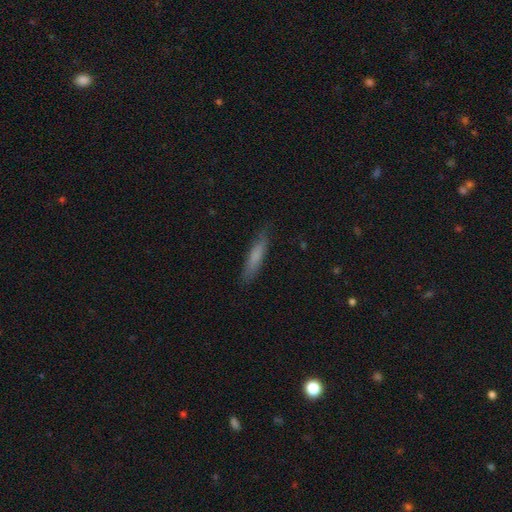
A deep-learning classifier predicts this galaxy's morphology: type=smooth (75%); roundness=cigar-shaped (87%); merging=none (84%).